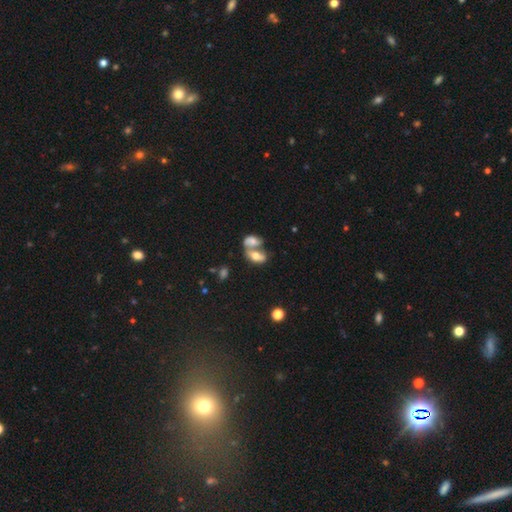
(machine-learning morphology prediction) Smooth or featured? Predicted: smooth (p=0.65). How rounded? Predicted: in between (p=0.87). Merging? Predicted: merger (p=0.66).